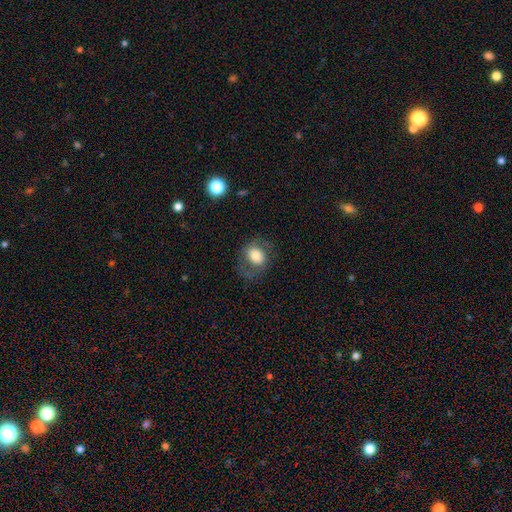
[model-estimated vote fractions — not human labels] Smooth or featured? Predicted: smooth (p=0.67). How rounded? Predicted: in between (p=0.50). Merging? Predicted: none (p=0.62).